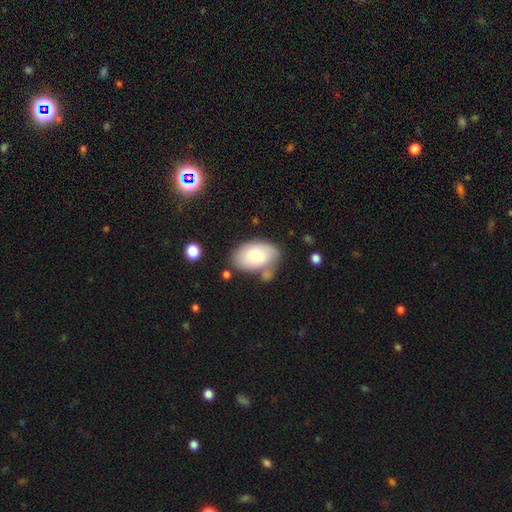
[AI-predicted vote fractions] Smooth or featured?
  - smooth: 75% *
  - featured or disk: 19%
  - star or artifact: 6%
How rounded?
  - in between: 91% *
  - round: 8%
  - cigar-shaped: 1%
Merging?
  - none: 63% *
  - minor disturbance: 20%
  - merger: 11%
  - major disturbance: 6%